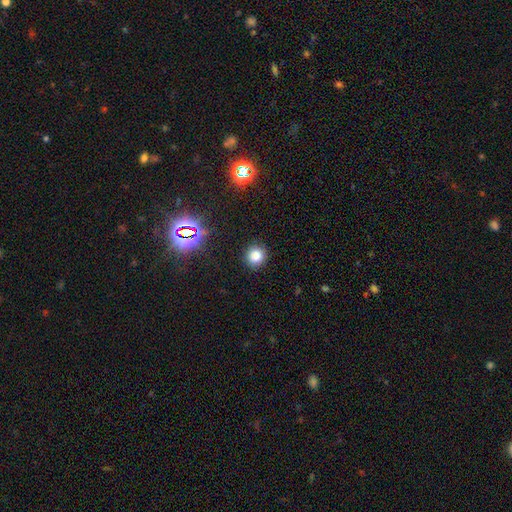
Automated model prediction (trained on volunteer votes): Q: Smooth or featured?
A: smooth (77%); runner-up: star or artifact (17%)
Q: How rounded?
A: round (89%); runner-up: in between (10%)
Q: Merging?
A: none (90%); runner-up: minor disturbance (6%)